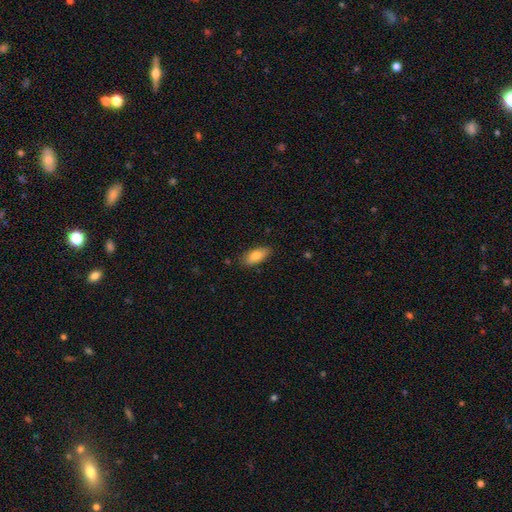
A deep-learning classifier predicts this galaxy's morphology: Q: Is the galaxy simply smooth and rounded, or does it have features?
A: smooth — 79%.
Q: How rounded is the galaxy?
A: in between — 84%.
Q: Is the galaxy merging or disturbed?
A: none — 82%.